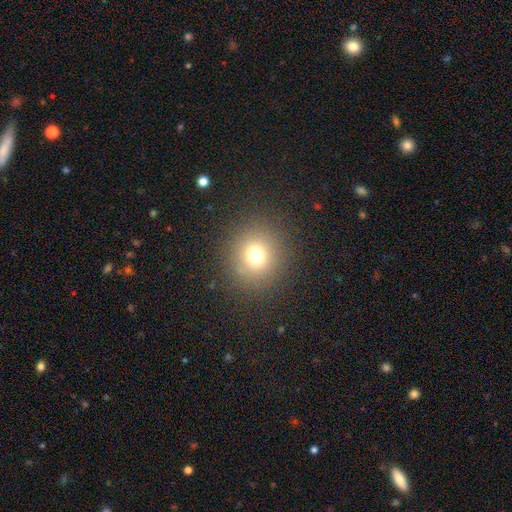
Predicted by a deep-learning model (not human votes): A smooth galaxy with no disk features (72%) that is round (91%). Merging: none (87%).